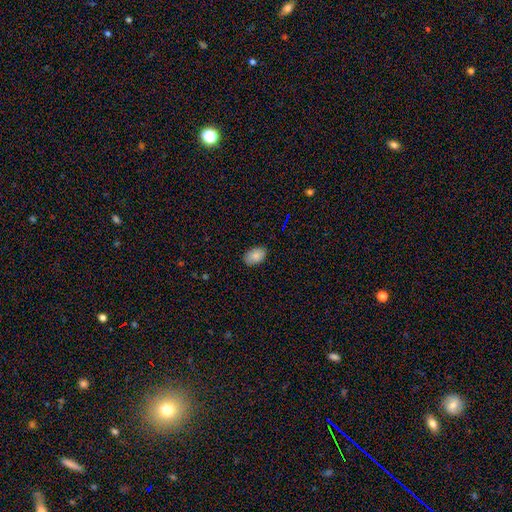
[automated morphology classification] A smooth galaxy with no disk features (84%) that is in between round and cigar-shaped (88%).

Vote fractions:
- Smooth or featured? smooth: 84% / star or artifact: 8% / featured or disk: 8%
- How rounded? in between: 88% / round: 11% / cigar-shaped: 1%
- Merging? none: 84% / minor disturbance: 13% / major disturbance: 2% / merger: 1%